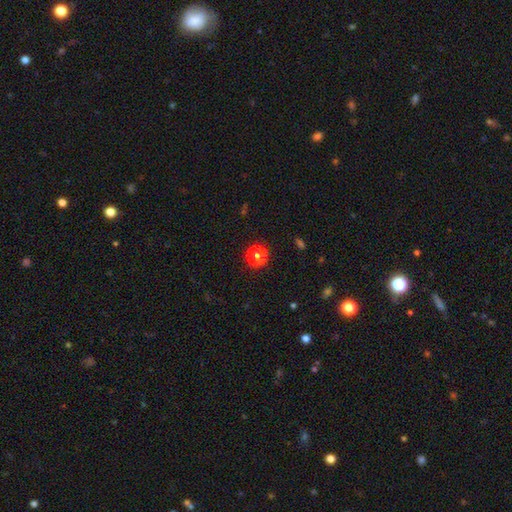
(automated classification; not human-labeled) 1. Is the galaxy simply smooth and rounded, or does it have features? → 77% smooth, 18% star or artifact, 5% featured or disk.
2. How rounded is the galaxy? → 91% round, 8% in between, 1% cigar-shaped.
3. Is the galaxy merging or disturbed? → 90% none, 6% minor disturbance, 2% major disturbance, 1% merger.